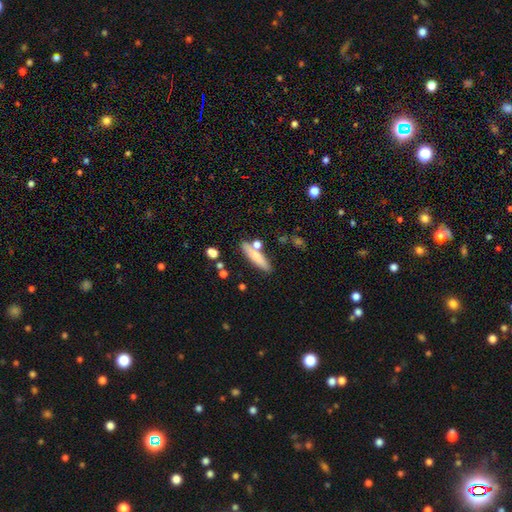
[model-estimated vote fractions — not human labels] smooth 75%, featured or disk 18%, star or artifact 7%. Down the decision tree: how rounded — cigar-shaped (73%); merging — none (73%).